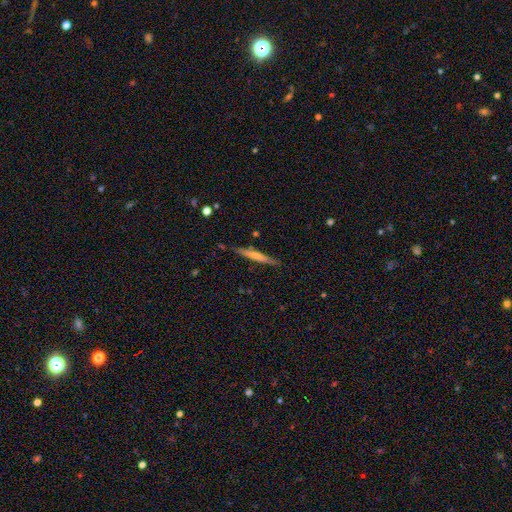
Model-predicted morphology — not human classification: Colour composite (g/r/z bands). It shows a smooth galaxy with no disk features (51%) that is cigar-shaped (95%). Merging: none (84%).